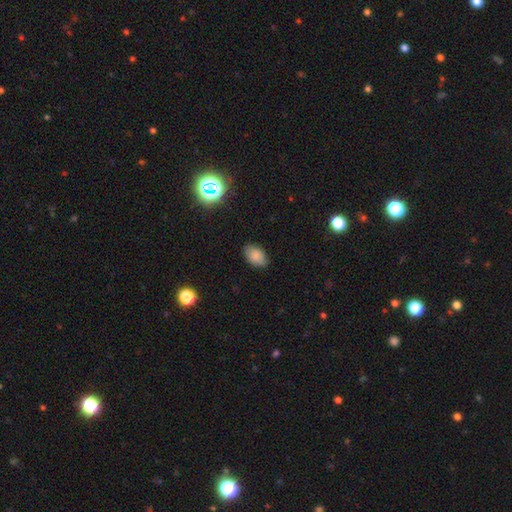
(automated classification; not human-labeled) A smooth galaxy with no disk features (84%) that is in between round and cigar-shaped (90%). Merging: none (83%).